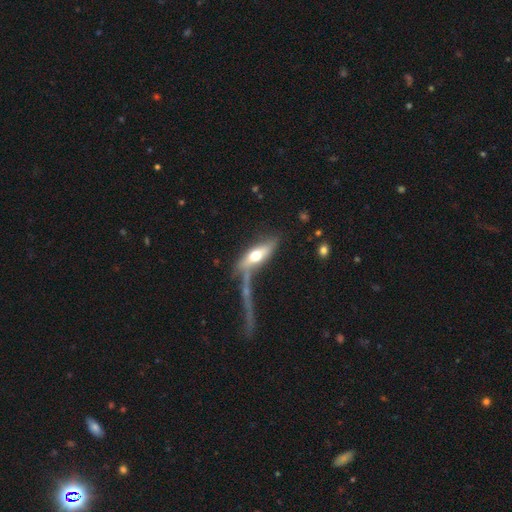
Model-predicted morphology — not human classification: The model was most divided on "smooth or featured": smooth: 50%, featured or disk: 43%, star or artifact: 7%. Remaining: merging — none (40%).